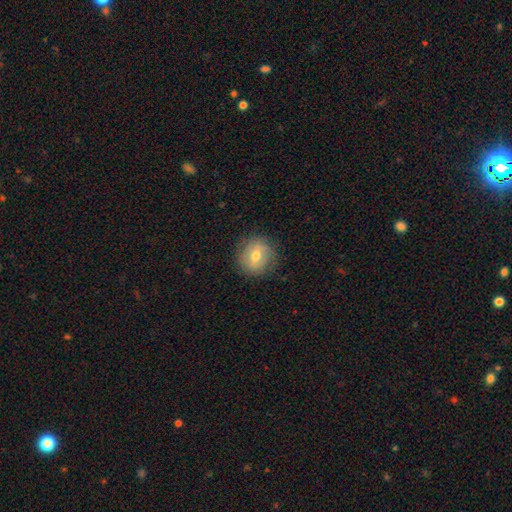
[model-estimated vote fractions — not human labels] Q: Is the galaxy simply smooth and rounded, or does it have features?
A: smooth — 65%.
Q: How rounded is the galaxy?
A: round — 86%.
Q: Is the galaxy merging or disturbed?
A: none — 84%.